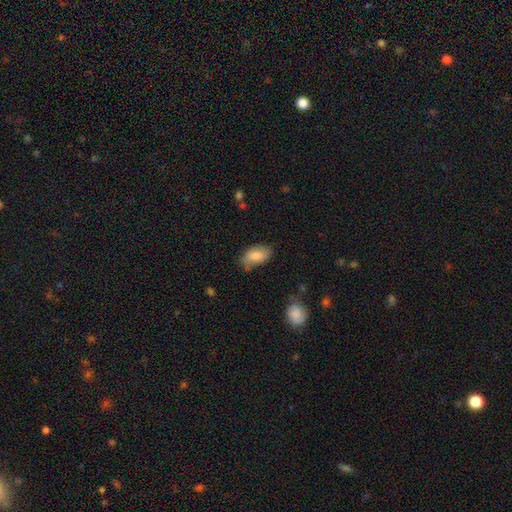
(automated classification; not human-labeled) A smooth galaxy with no disk features (80%) that is in between round and cigar-shaped (93%).

Vote fractions:
- Smooth or featured? smooth: 80% / featured or disk: 14% / star or artifact: 7%
- How rounded? in between: 93% / round: 4% / cigar-shaped: 3%
- Merging? none: 65% / minor disturbance: 27% / major disturbance: 6% / merger: 2%